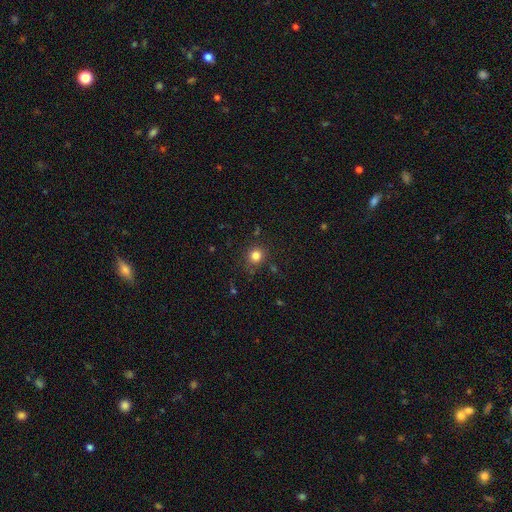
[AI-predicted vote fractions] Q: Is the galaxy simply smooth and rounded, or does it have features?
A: smooth — 81%.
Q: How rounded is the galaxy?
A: round — 89%.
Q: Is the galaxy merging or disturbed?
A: none — 84%.